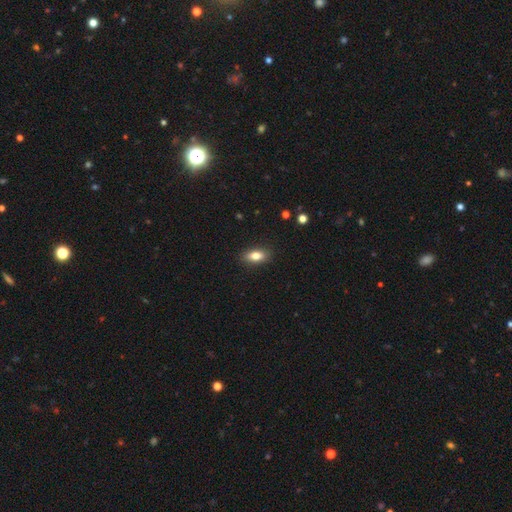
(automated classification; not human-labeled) Smooth or featured? Predicted: smooth (p=0.81). How rounded? Predicted: in between (p=0.84). Merging? Predicted: none (p=0.88).